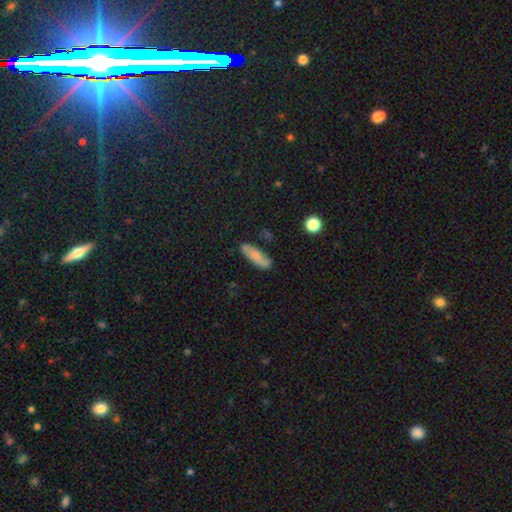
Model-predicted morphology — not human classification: A smooth galaxy with no disk features (74%) that is cigar-shaped (49%). Merging: none (75%).